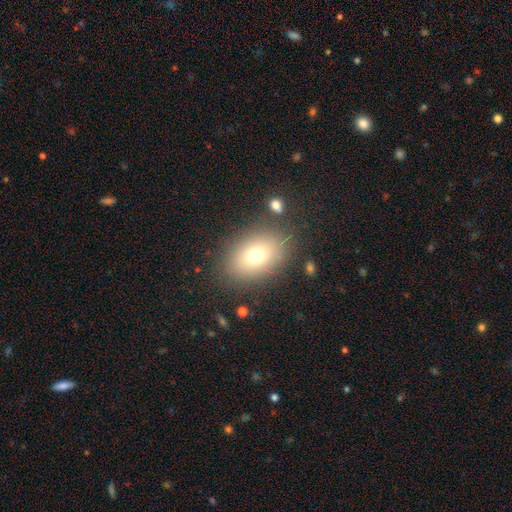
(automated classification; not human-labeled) A smooth galaxy with no disk features (74%) that is in between round and cigar-shaped (81%). Merging: none (83%).